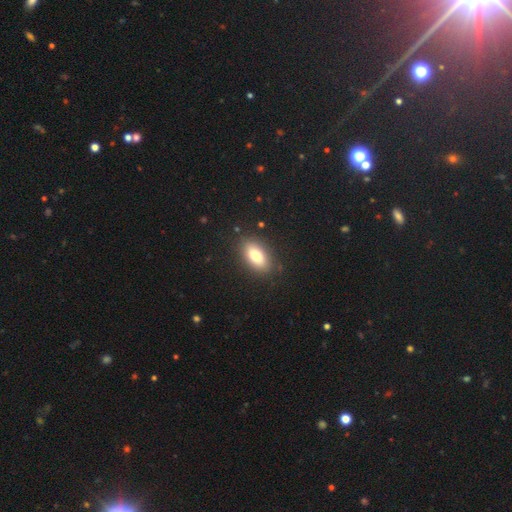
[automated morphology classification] smooth 78%, featured or disk 13%, star or artifact 8%. Down the decision tree: how rounded — in between (89%); merging — none (86%).